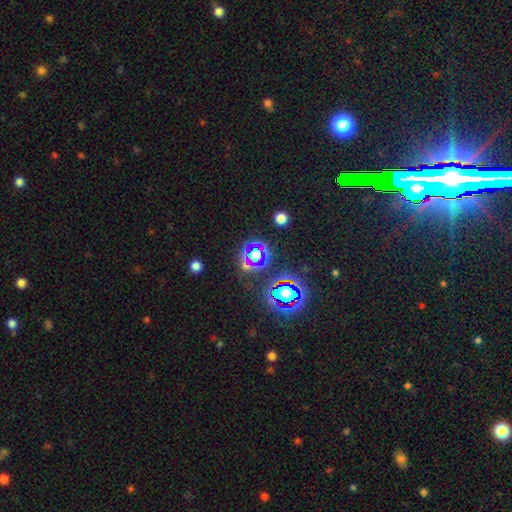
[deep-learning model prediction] Smooth or featured?
  - star or artifact: 65% *
  - smooth: 21%
  - featured or disk: 14%